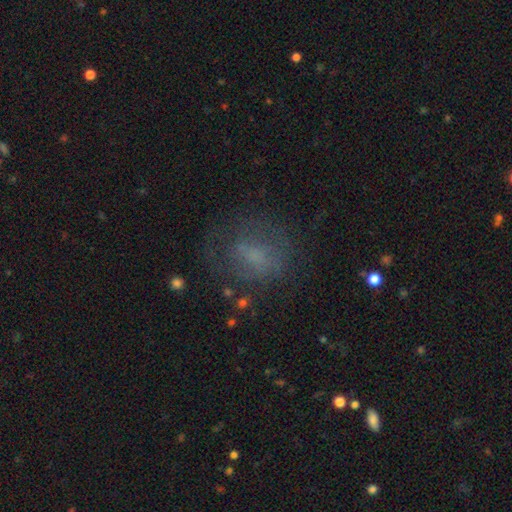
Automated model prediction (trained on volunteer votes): The model was most divided on "smooth or featured": smooth: 47%, featured or disk: 34%, star or artifact: 19%. More confident: merging — none (61%).